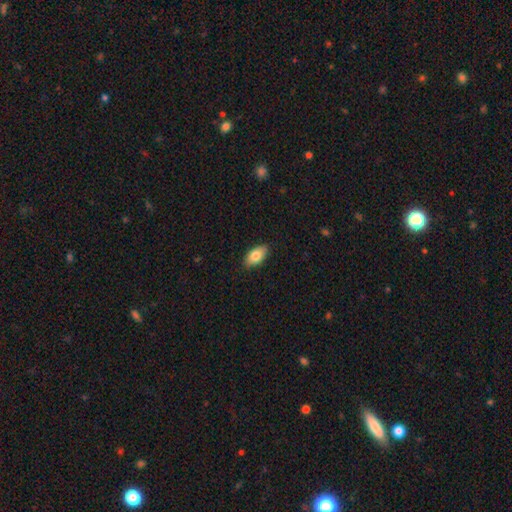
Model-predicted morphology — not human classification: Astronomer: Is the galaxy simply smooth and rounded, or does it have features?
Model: smooth — 79%.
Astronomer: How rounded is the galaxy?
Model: in between — 91%.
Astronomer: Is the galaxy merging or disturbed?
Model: none — 88%.